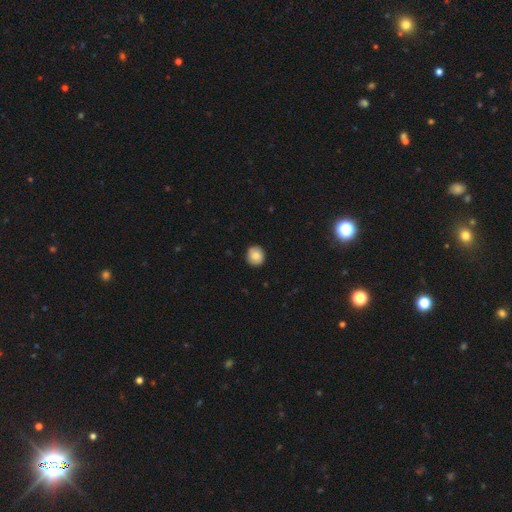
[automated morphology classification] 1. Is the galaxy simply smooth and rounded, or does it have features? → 83% smooth, 8% star or artifact, 8% featured or disk.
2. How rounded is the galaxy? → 88% round, 11% in between, 1% cigar-shaped.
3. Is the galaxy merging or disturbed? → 89% none, 8% minor disturbance, 2% major disturbance, 1% merger.